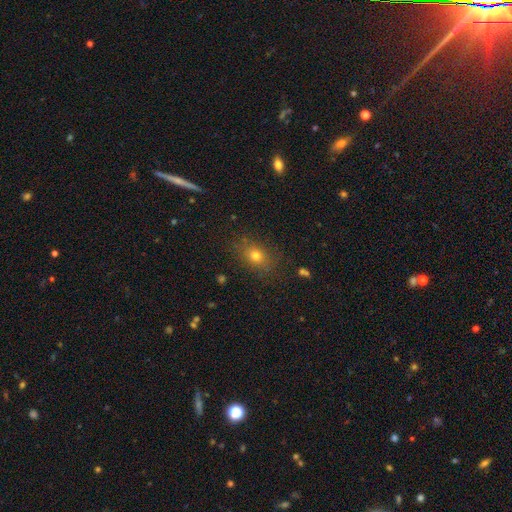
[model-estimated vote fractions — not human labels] This is likely a smooth galaxy (74%). How rounded: possibly in between (55%). Merging: clearly none (83%).